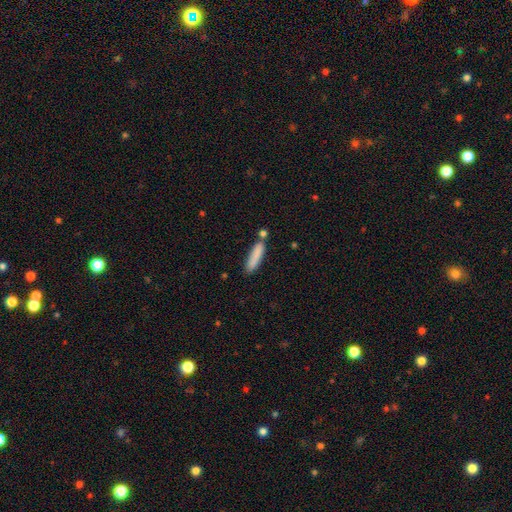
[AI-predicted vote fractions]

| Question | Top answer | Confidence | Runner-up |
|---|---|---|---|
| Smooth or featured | smooth | 84% | featured or disk (9%) |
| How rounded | cigar-shaped | 76% | in between (23%) |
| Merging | none | 70% | minor disturbance (16%) |